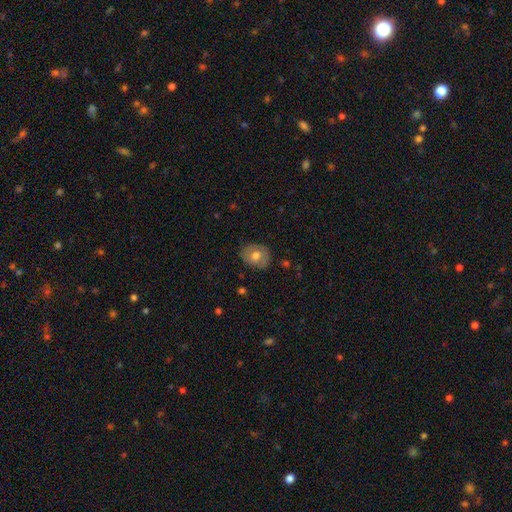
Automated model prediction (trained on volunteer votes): A smooth galaxy with no disk features (64%) that is round (51%).

Vote fractions:
- Smooth or featured? smooth: 64% / featured or disk: 28% / star or artifact: 7%
- How rounded? round: 51% / in between: 48% / cigar-shaped: 1%
- Merging? none: 80% / minor disturbance: 16% / major disturbance: 3% / merger: 1%